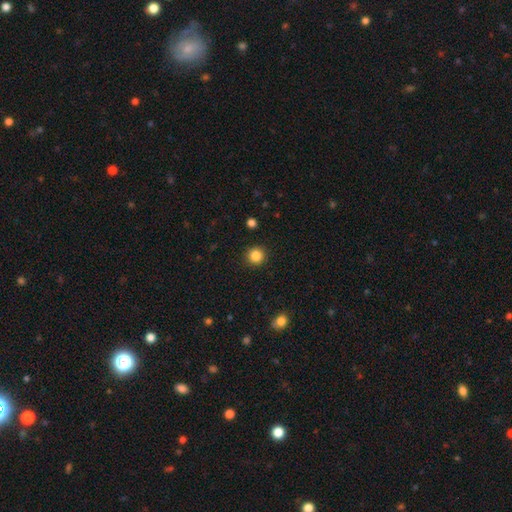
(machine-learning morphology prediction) Smooth or featured: smooth — 85% (star or artifact — 11%)
How rounded: round — 94% (in between — 5%)
Merging: none — 92% (minor disturbance — 5%)